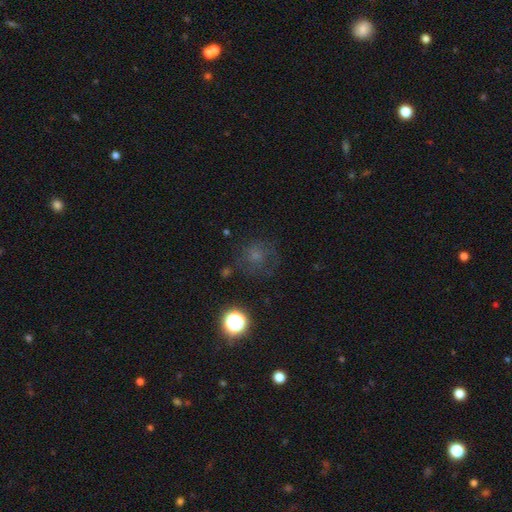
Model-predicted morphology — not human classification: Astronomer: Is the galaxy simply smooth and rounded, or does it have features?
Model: smooth — 54%.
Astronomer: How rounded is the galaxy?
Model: round — 84%.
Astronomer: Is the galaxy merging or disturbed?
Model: none — 63%.